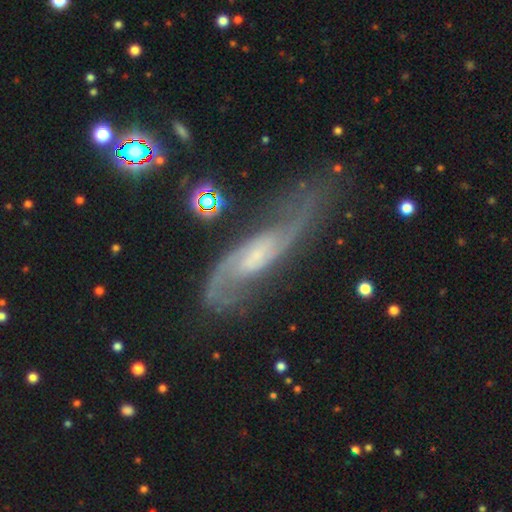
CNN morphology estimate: featured or disk 86%, smooth 8%, star or artifact 7%. Down the decision tree: edge-on disk — no (89%); bar — weak (45%); spiral arms — yes (97%); spiral arm count — 2 (89%); spiral winding — loose (43%, tied with medium); bulge size — small (47%); merging — none (62%).